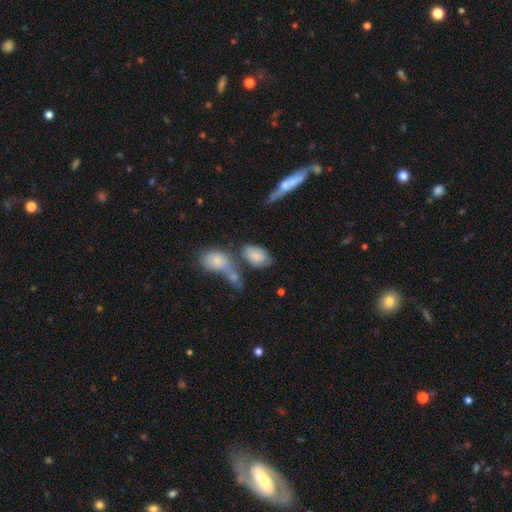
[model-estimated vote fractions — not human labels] This appears to be a smooth galaxy with no disk features (77%) that is in between round and cigar-shaped (90%). Merging: none (48%).